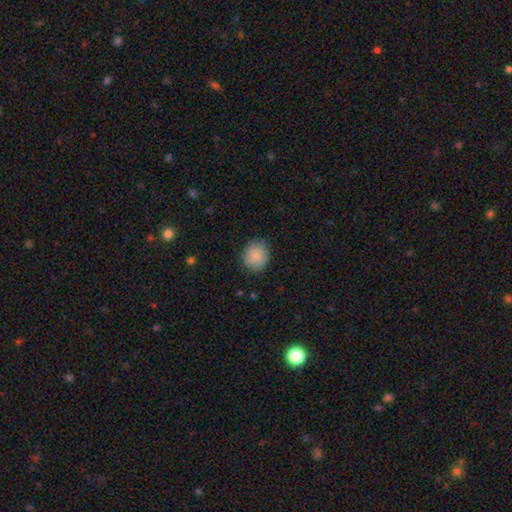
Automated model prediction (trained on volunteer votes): This appears to be a smooth galaxy with no disk features (87%) that is round (78%). Merging: none (85%).